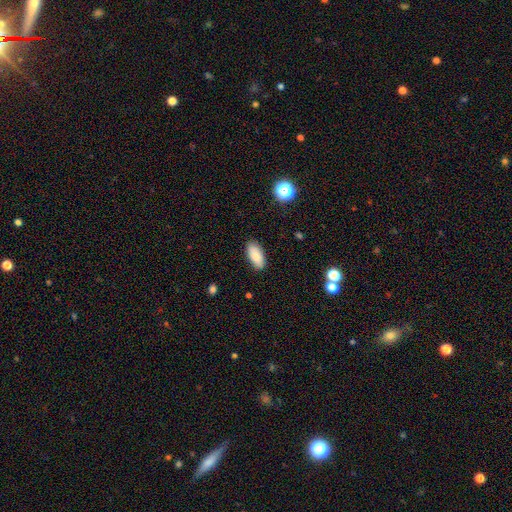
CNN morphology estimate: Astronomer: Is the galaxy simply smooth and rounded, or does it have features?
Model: smooth — 85%.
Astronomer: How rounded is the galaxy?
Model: in between — 91%.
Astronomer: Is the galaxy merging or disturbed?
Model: none — 86%.